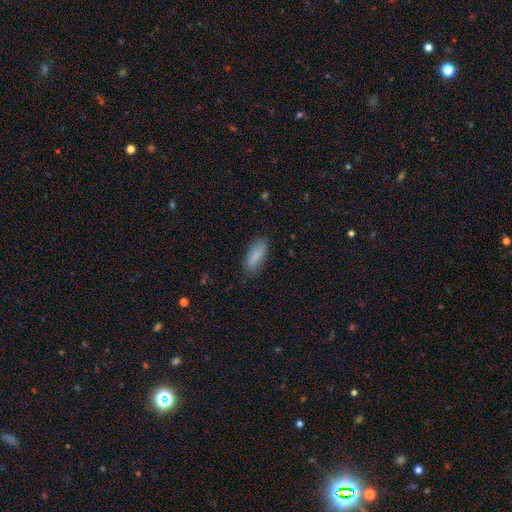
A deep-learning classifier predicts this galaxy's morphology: smooth 87%, star or artifact 7%, featured or disk 6%. Down the decision tree: how rounded — in between (72%); merging — none (84%).